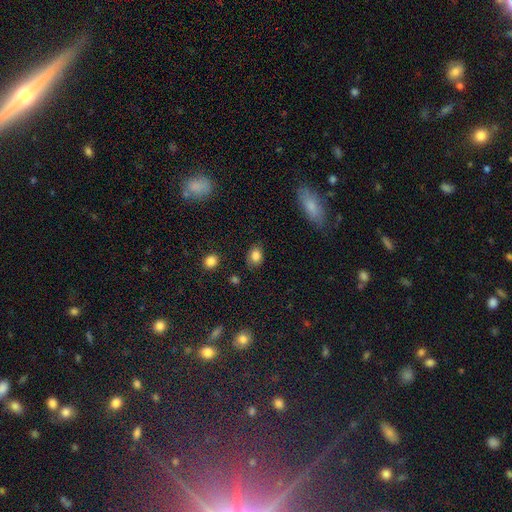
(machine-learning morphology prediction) Q: Smooth or featured?
A: smooth (85%); runner-up: star or artifact (9%)
Q: How rounded?
A: in between (66%); runner-up: round (32%)
Q: Merging?
A: none (81%); runner-up: minor disturbance (14%)